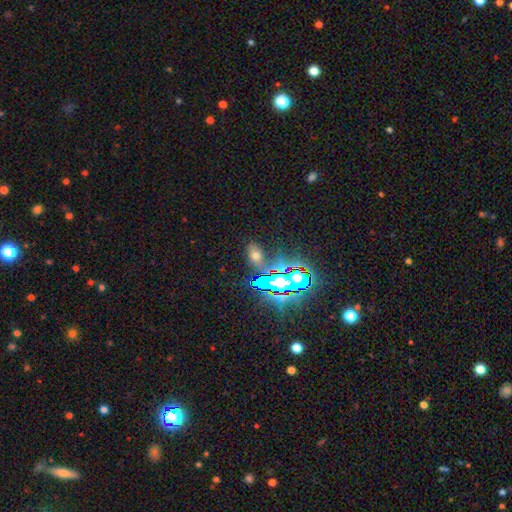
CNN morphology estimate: Smooth or featured: smooth — 44% (star or artifact — 43%)
Merging: none — 76% (minor disturbance — 13%)